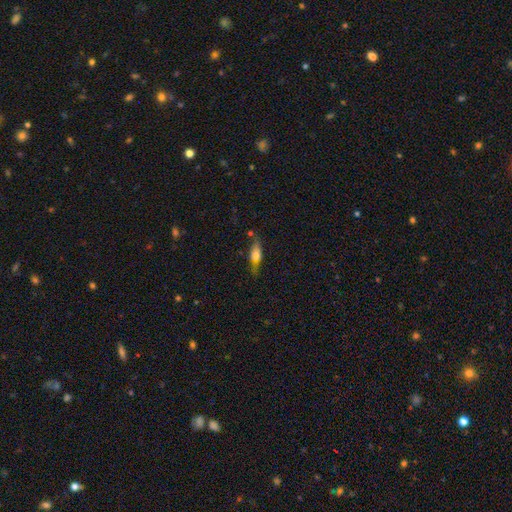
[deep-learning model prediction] smooth-or-featured: featured or disk: 50% | smooth: 42% | star or artifact: 8%
  merging: none: 71% | minor disturbance: 18% | major disturbance: 6% | merger: 5%